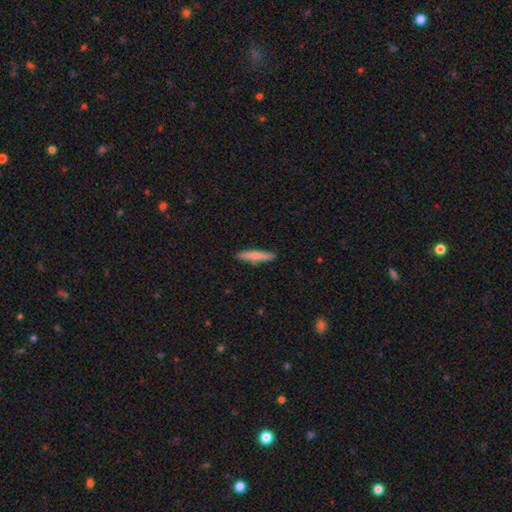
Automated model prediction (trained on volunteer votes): Morphology: type=smooth (76%); roundness=cigar-shaped (90%); merging=none (88%).